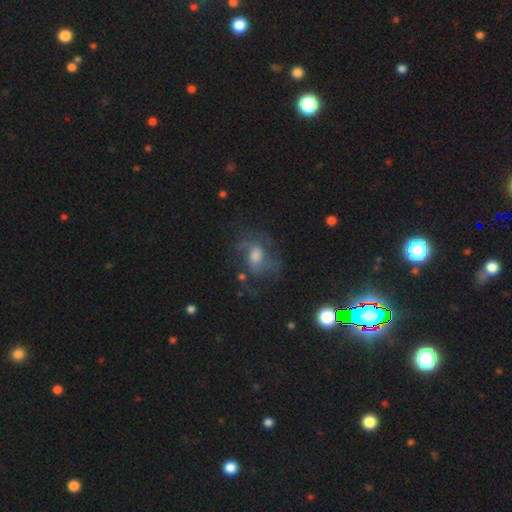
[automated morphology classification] Overall: featured or disk (64%). Edge-on disk: no (97%). Bar: no (55%; weak 37%). Spiral arms: yes (80%). Bulge size: moderate (51%; large 20%). Merging: none (54%; major disturbance 24%).